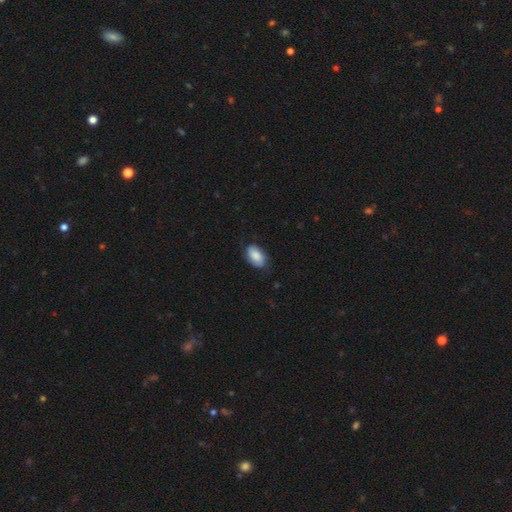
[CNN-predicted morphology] Smooth or featured: smooth — 80% (featured or disk — 14%)
How rounded: in between — 92% (round — 6%)
Merging: none — 75% (minor disturbance — 20%)